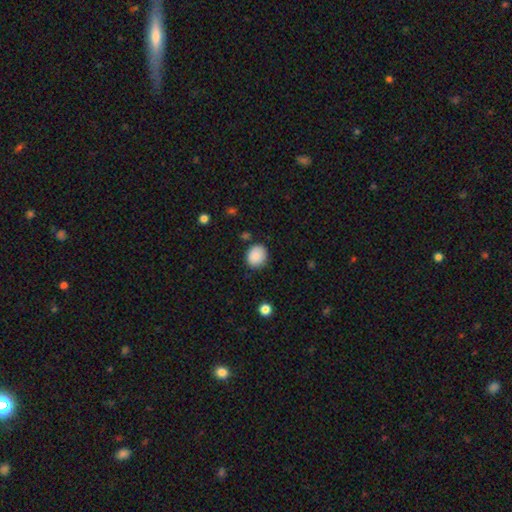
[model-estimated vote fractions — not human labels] Q: Smooth or featured?
A: smooth (88%); runner-up: star or artifact (8%)
Q: How rounded?
A: round (70%); runner-up: in between (29%)
Q: Merging?
A: none (82%); runner-up: minor disturbance (13%)